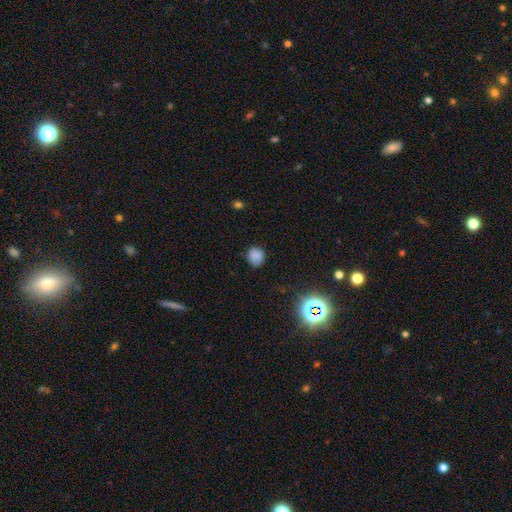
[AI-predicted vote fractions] This is clearly a smooth galaxy (82%). How rounded: likely round (77%). Merging: clearly none (82%).